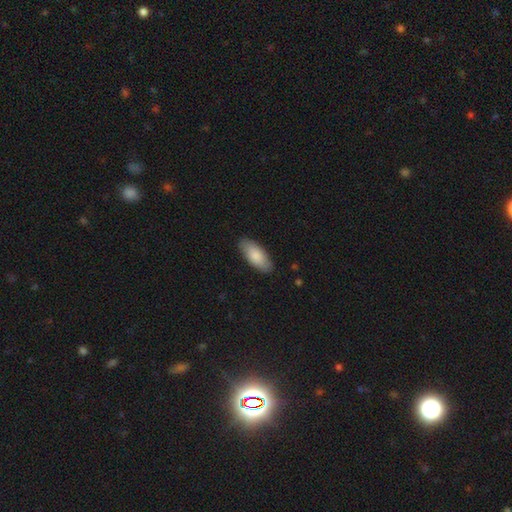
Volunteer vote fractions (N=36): Smooth or featured? smooth (94%)
How rounded? in between (97%)
Merging? none (89%)